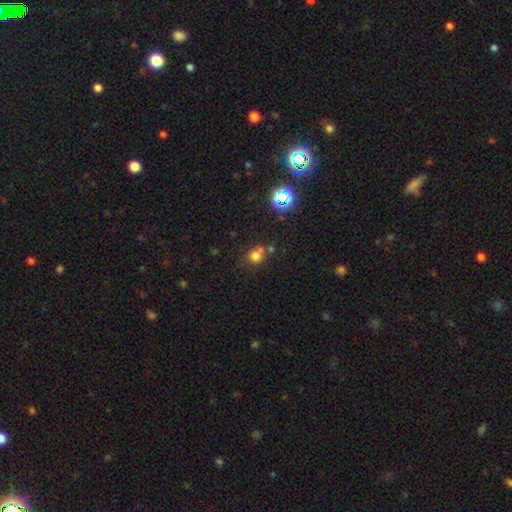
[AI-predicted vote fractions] Smooth or featured? Predicted: smooth (p=0.70). How rounded? Predicted: round (p=0.82). Merging? Predicted: none (p=0.55).